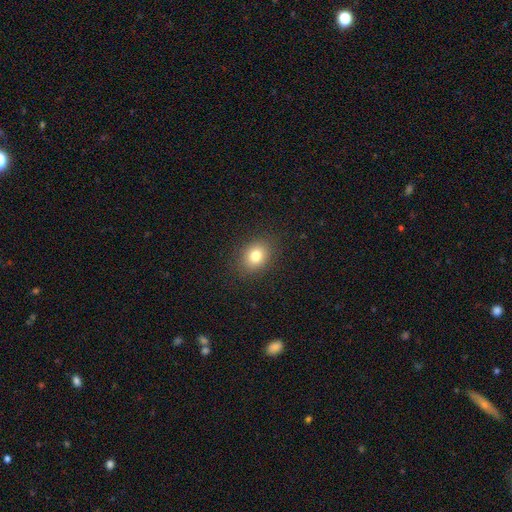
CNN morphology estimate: Smooth or featured? Predicted: smooth (p=0.79). How rounded? Predicted: round (p=0.53). Merging? Predicted: none (p=0.88).